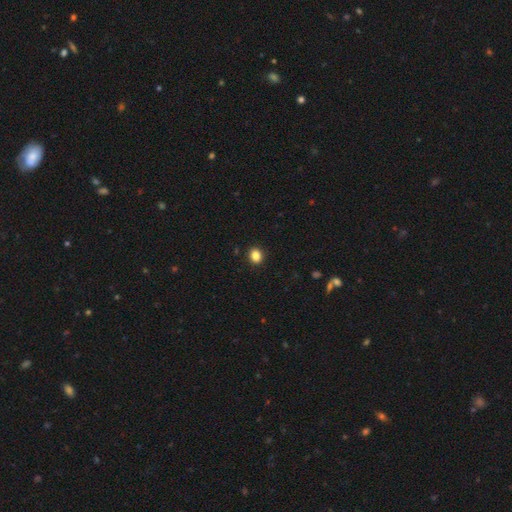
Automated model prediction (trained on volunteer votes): Q: Smooth or featured?
A: smooth (85%); runner-up: star or artifact (11%)
Q: How rounded?
A: round (56%); runner-up: in between (43%)
Q: Merging?
A: none (91%); runner-up: minor disturbance (7%)